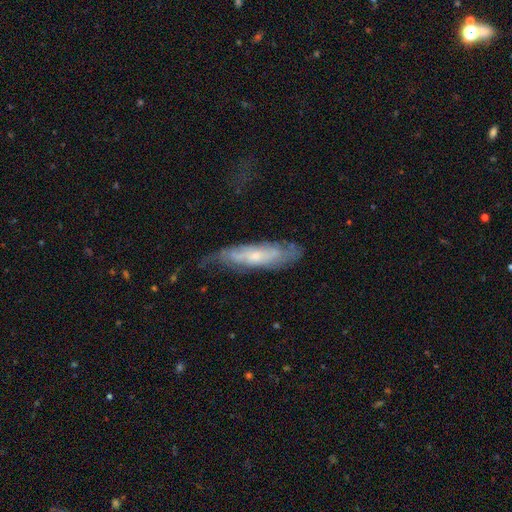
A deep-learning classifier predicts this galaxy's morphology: This is possibly a featured or disk galaxy (59%). It is likely not viewed edge-on (61%). Merging: possibly none (54%).